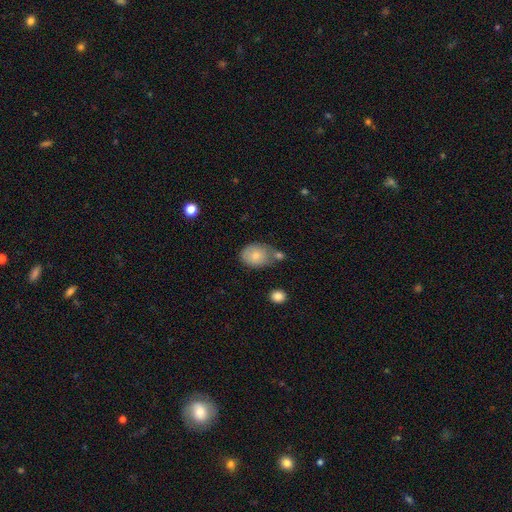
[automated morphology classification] smooth-or-featured: smooth: 77% | featured or disk: 15% | star or artifact: 8%
  how-rounded: in between: 66% | round: 33% | cigar-shaped: 1%
  merging: none: 49% | minor disturbance: 23% | merger: 22% | major disturbance: 7%